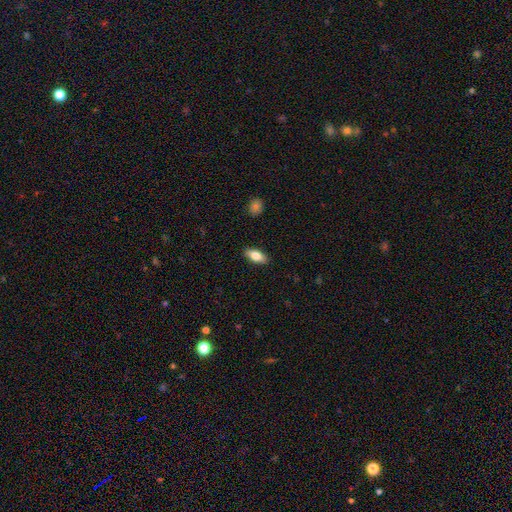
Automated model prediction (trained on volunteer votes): This appears to be a smooth galaxy with no disk features (80%) that is in between round and cigar-shaped (88%). Merging: none (89%).